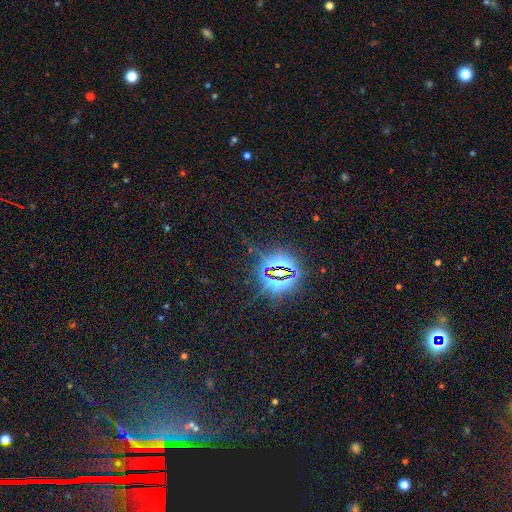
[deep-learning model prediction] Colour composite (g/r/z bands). It shows a star or artifact, not a galaxy (82%).